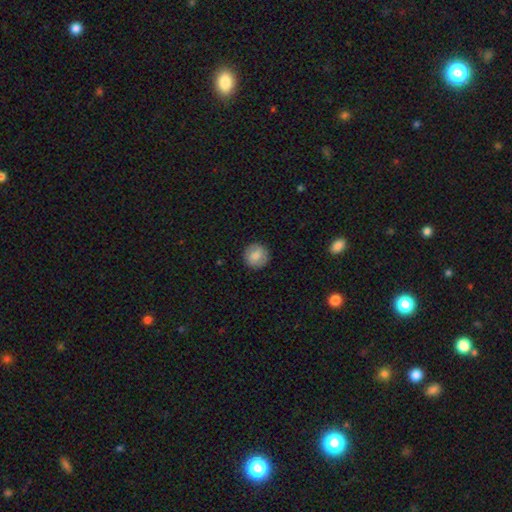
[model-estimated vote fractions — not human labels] Q: Smooth or featured?
A: smooth (79%); runner-up: featured or disk (13%)
Q: How rounded?
A: round (92%); runner-up: in between (7%)
Q: Merging?
A: none (90%); runner-up: minor disturbance (7%)